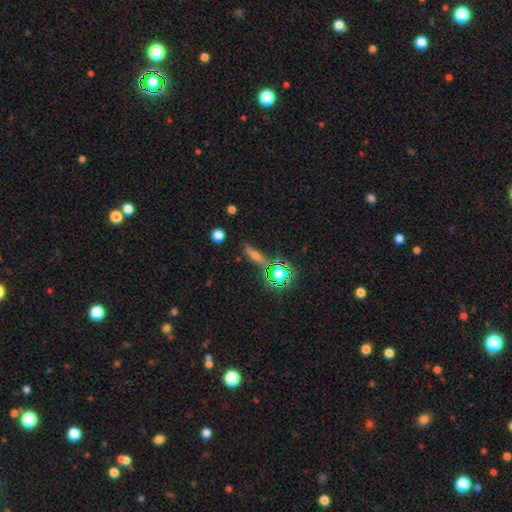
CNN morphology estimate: type=smooth (39%); merging=none (80%).